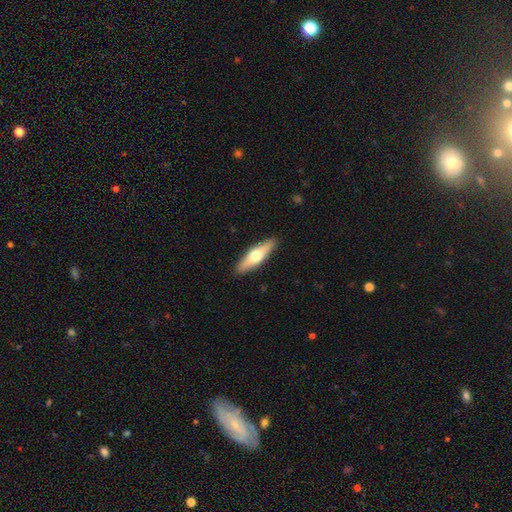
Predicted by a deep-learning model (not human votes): Smooth or featured? Predicted: smooth (p=0.52). How rounded? Predicted: cigar-shaped (p=0.61). Merging? Predicted: none (p=0.90).